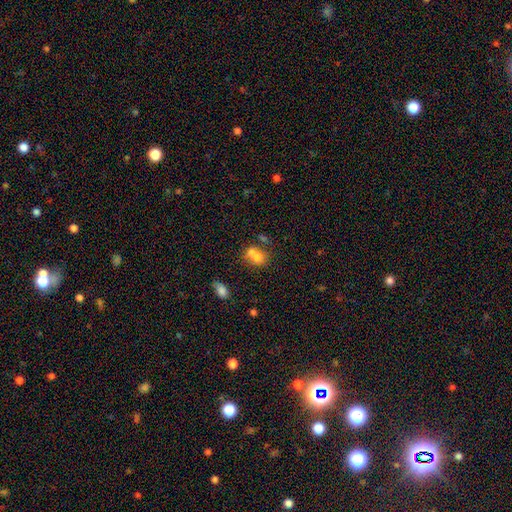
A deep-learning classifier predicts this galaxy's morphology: A smooth galaxy with no disk features (71%) that is in between round and cigar-shaped (57%). Merging: merger (53%).